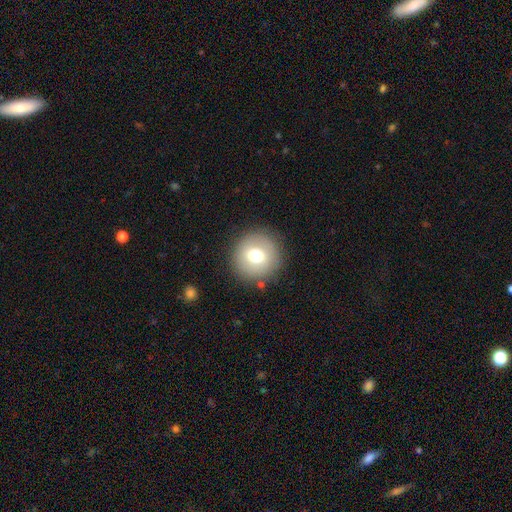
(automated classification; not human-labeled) Morphology: type=smooth (72%); roundness=round (95%); merging=none (87%).